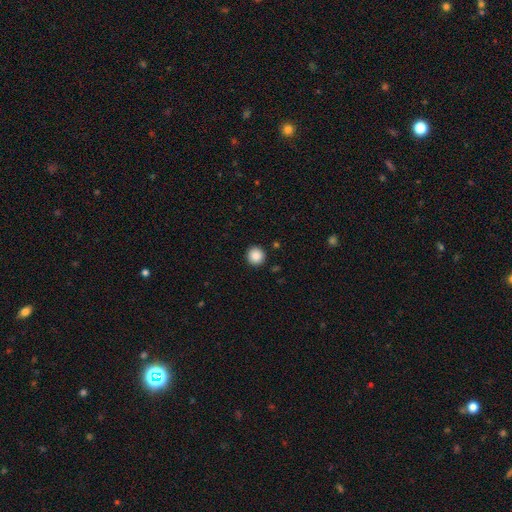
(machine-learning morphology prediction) Q: Smooth or featured?
A: smooth (88%); runner-up: star or artifact (9%)
Q: How rounded?
A: round (95%); runner-up: in between (4%)
Q: Merging?
A: none (92%); runner-up: minor disturbance (5%)